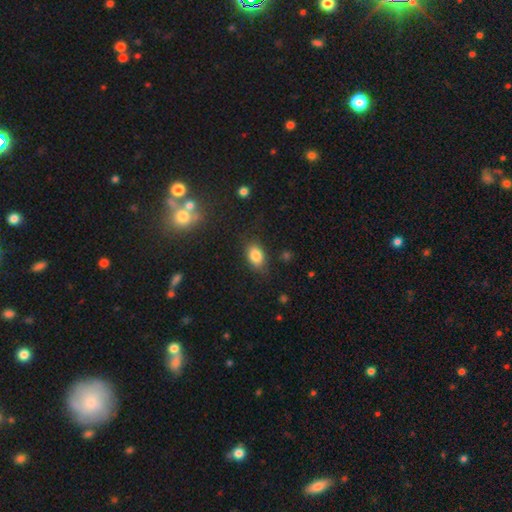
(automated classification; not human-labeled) smooth 83%, star or artifact 10%, featured or disk 7%. Down the decision tree: how rounded — in between (84%); merging — none (80%).